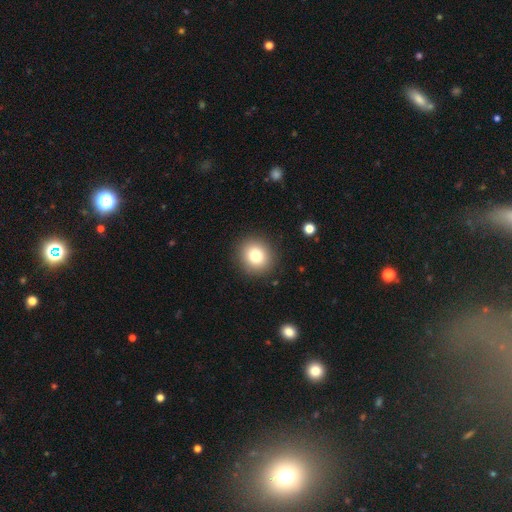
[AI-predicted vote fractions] A smooth galaxy with no disk features (80%) that is round (87%). Merging: none (90%).